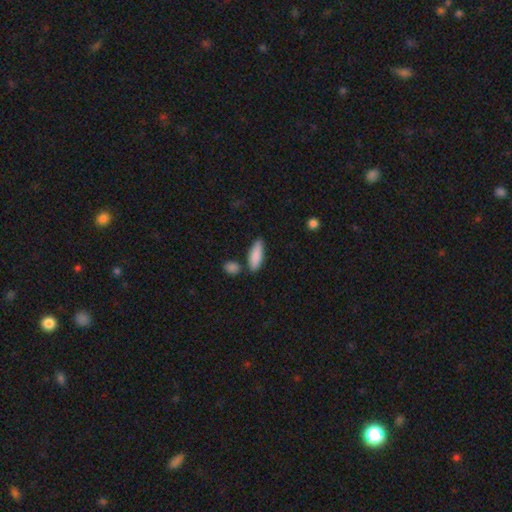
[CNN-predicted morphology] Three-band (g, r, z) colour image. It shows a smooth galaxy with no disk features (86%) that is in between round and cigar-shaped (58%). Merging: none (75%).